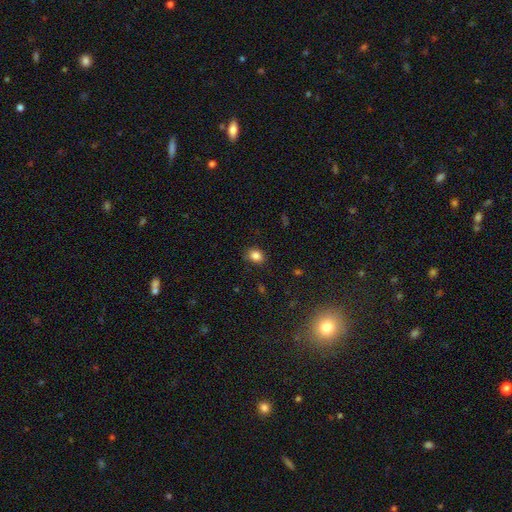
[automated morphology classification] smooth-or-featured: smooth: 84% | star or artifact: 11% | featured or disk: 5%
  how-rounded: round: 55% | in between: 44% | cigar-shaped: 1%
  merging: none: 80% | minor disturbance: 15% | major disturbance: 3% | merger: 1%